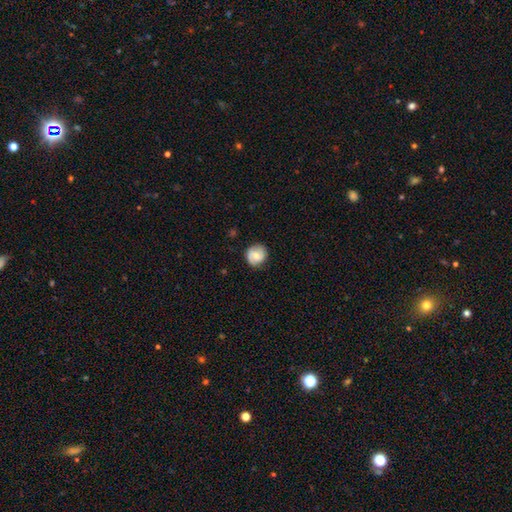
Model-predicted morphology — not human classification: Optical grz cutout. It shows a smooth galaxy with no disk features (47%). Merging: none (82%).